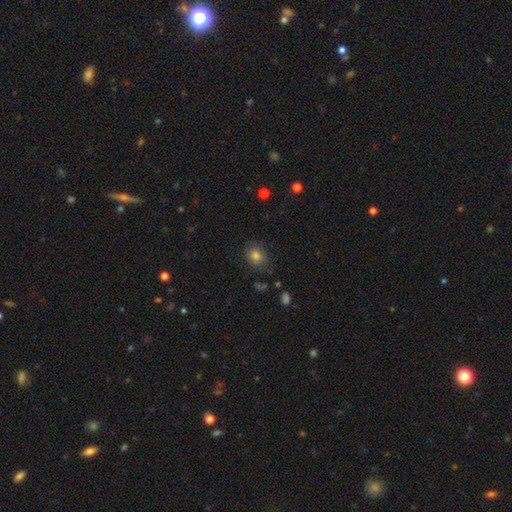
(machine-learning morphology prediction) Q: Smooth or featured?
A: smooth (79%); runner-up: star or artifact (11%)
Q: How rounded?
A: round (61%); runner-up: in between (38%)
Q: Merging?
A: none (73%); runner-up: minor disturbance (19%)